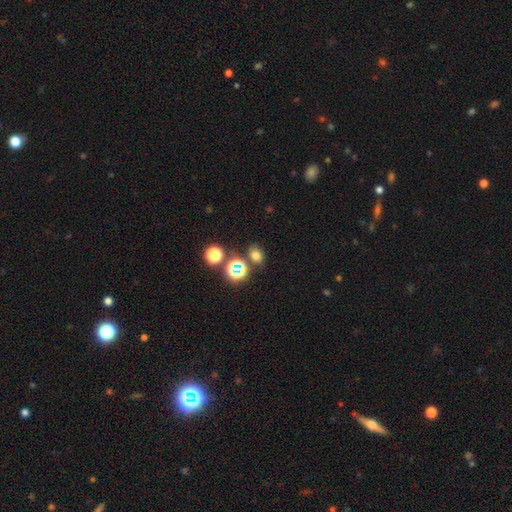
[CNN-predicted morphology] Smooth or featured? smooth (66%)
How rounded? in between (58%)
Merging? none (77%)